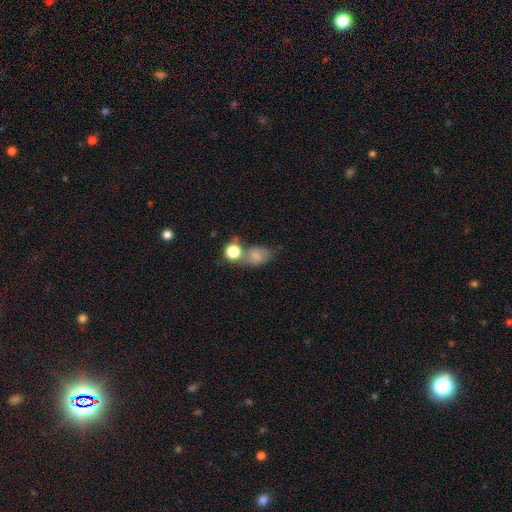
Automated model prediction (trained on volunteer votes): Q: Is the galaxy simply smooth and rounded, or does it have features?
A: smooth — 68%.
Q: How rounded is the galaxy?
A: in between — 68%.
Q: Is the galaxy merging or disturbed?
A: none — 42%.